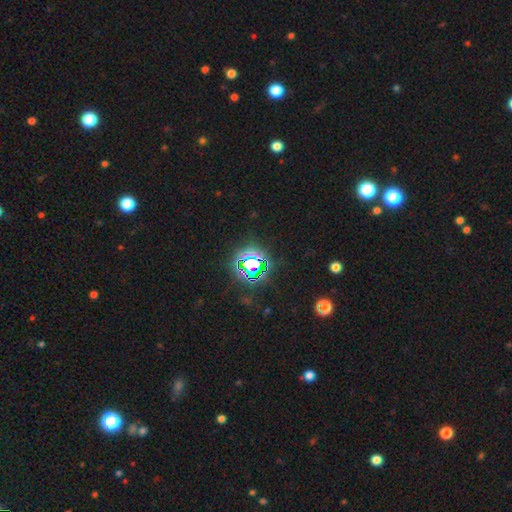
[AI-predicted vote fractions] Smooth or featured? star or artifact (79%)